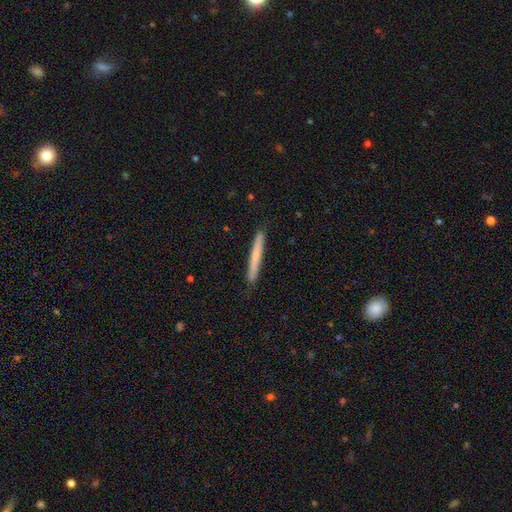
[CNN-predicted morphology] Smooth or featured? Predicted: smooth (p=0.67). How rounded? Predicted: cigar-shaped (p=0.97). Merging? Predicted: none (p=0.91).